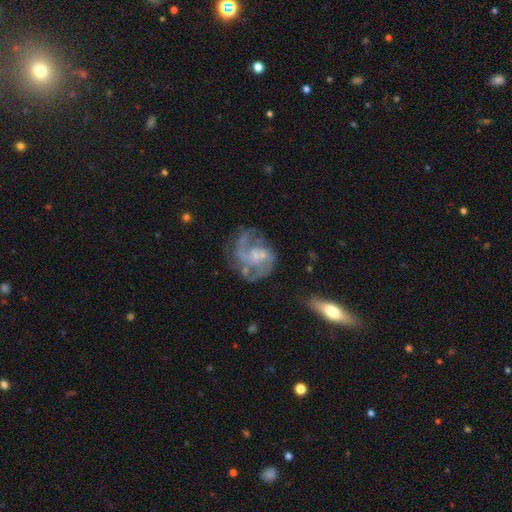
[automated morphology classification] Smooth or featured? featured or disk (82%)
Edge-on disk? no (98%)
Bar? no (62%)
Spiral arms? yes (89%)
Spiral winding? medium (49%)
Spiral arm count? 2 (54%)
Bulge size? small (54%)
Merging? none (54%)